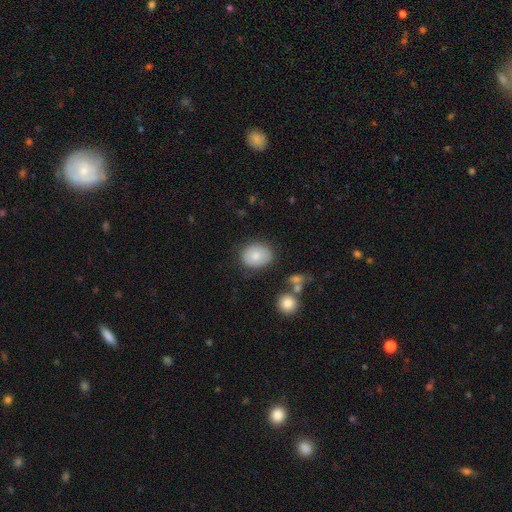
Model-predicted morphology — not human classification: Smooth or featured?
  - smooth: 78% *
  - featured or disk: 14%
  - star or artifact: 8%
How rounded?
  - in between: 56% *
  - round: 43%
  - cigar-shaped: 1%
Merging?
  - none: 79% *
  - minor disturbance: 15%
  - major disturbance: 4%
  - merger: 3%